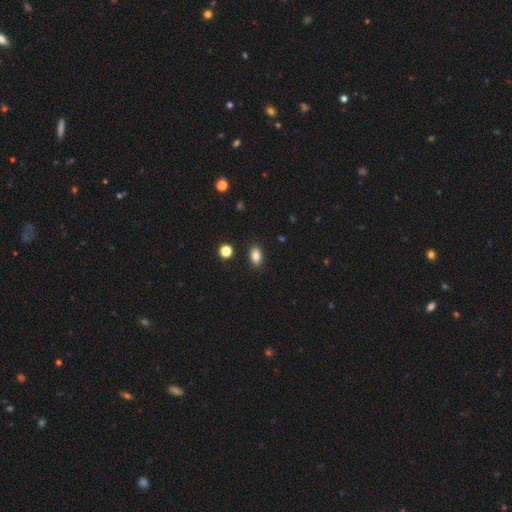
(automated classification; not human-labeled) The model was most divided on "smooth or featured": smooth: 84%, star or artifact: 10%, featured or disk: 6%. More confident: merging — none (88%); how rounded — in between (87%).